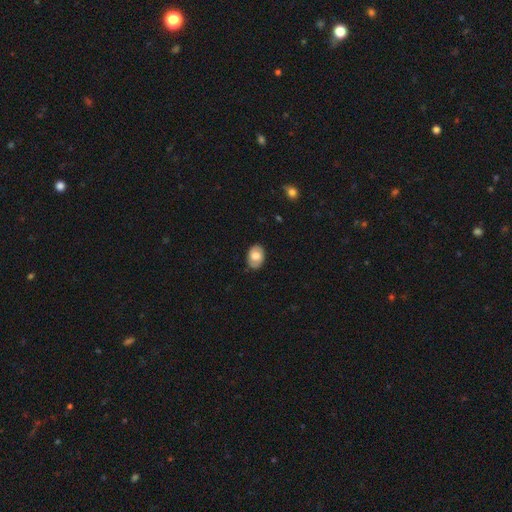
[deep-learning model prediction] Overall: smooth (70%). How rounded: in between (81%). Merging: none (85%).